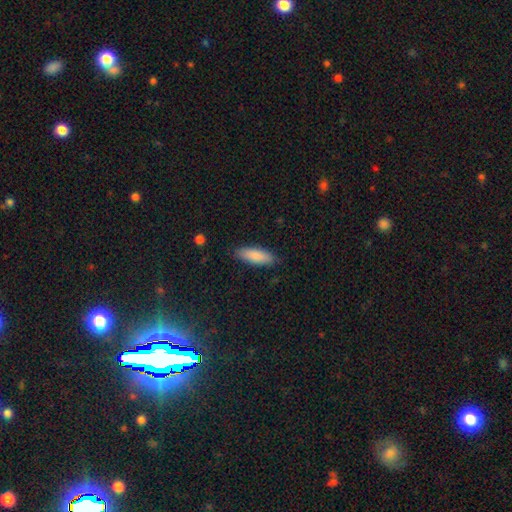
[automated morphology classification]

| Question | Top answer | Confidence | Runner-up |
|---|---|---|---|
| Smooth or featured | smooth | 85% | featured or disk (9%) |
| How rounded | in between | 61% | cigar-shaped (37%) |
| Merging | none | 86% | minor disturbance (11%) |